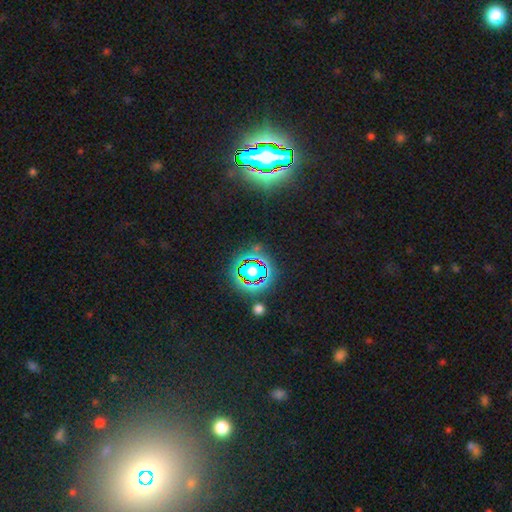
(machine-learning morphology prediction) The model was most divided on "smooth or featured": star or artifact: 80%, smooth: 12%, featured or disk: 8%.